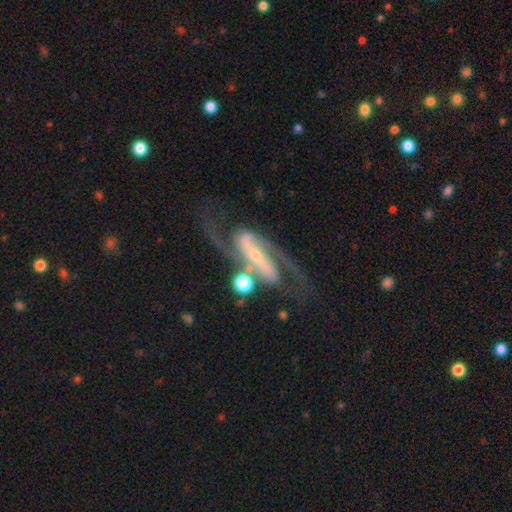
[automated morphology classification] type=featured or disk (90%); edge-on=no (94%); bar=strong (67%); spiral arms=yes (98%); winding=medium (57%); arm count=2 (93%); bulge=small (67%); merging=none (67%).